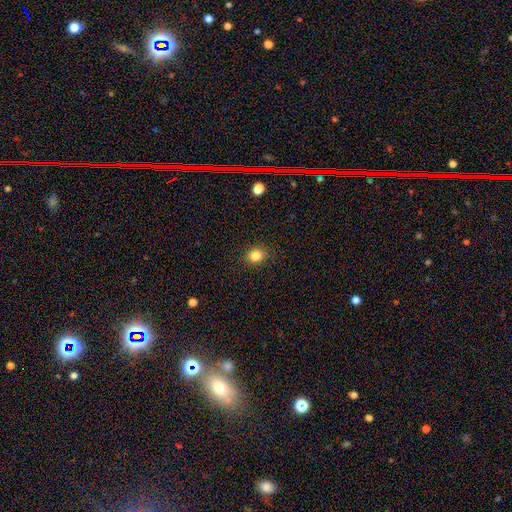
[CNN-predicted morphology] Smooth or featured: smooth — 83% (star or artifact — 11%)
How rounded: round — 57% (in between — 42%)
Merging: none — 86% (minor disturbance — 10%)